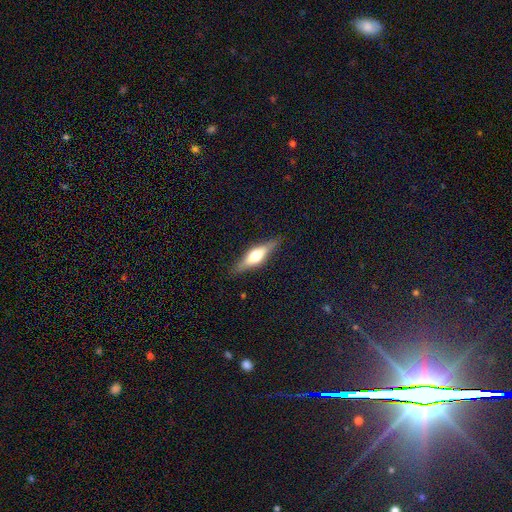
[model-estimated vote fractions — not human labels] smooth_or_featured: featured or disk (p=0.58) [alt: smooth p=0.36]
disk_edge_on: yes (p=0.93) [alt: no p=0.07]
edge_on_bulge: rounded (p=0.89) [alt: boxy p=0.08]
merging: none (p=0.85) [alt: minor disturbance p=0.11]